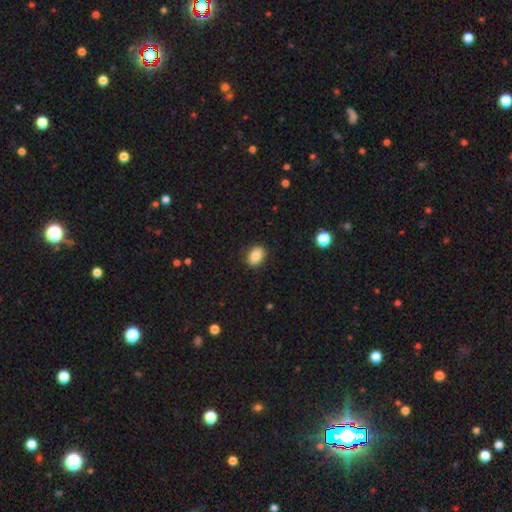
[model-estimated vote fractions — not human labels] Smooth or featured?
  - smooth: 85% *
  - star or artifact: 9%
  - featured or disk: 6%
How rounded?
  - in between: 78% *
  - round: 21%
  - cigar-shaped: 1%
Merging?
  - none: 88% *
  - minor disturbance: 9%
  - major disturbance: 2%
  - merger: 1%